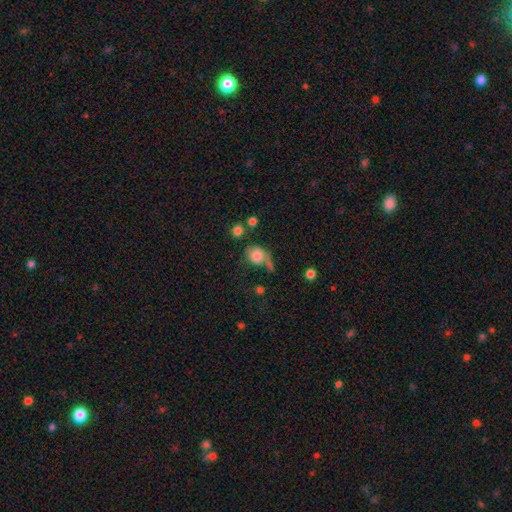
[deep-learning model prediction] smooth 81%, star or artifact 10%, featured or disk 9%. Down the decision tree: how rounded — round (72%); merging — none (51%).